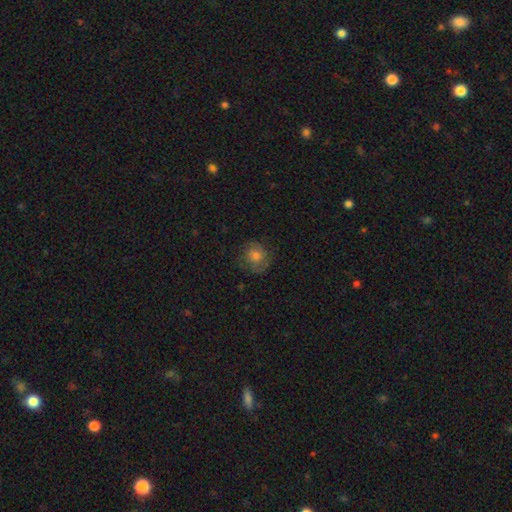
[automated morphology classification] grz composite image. It shows a smooth galaxy with no disk features (59%) that is round (82%). Merging: none (72%).